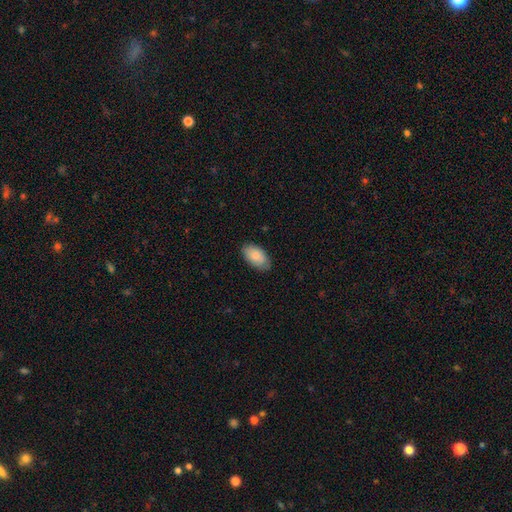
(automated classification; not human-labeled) A smooth galaxy with no disk features (82%) that is in between round and cigar-shaped (94%).

Vote fractions:
- Smooth or featured? smooth: 82% / featured or disk: 12% / star or artifact: 6%
- How rounded? in between: 94% / round: 4% / cigar-shaped: 2%
- Merging? none: 83% / minor disturbance: 14% / major disturbance: 2% / merger: 1%